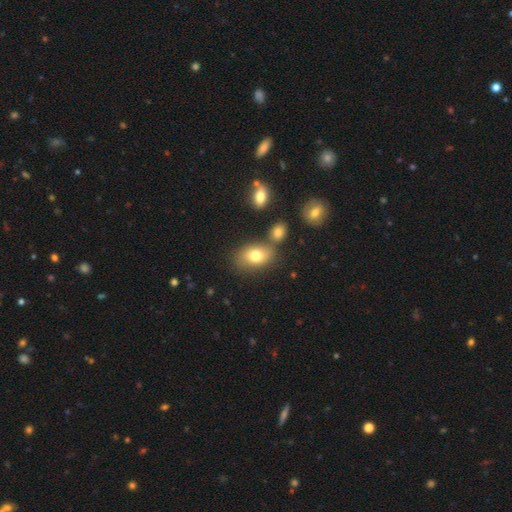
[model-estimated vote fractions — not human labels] A smooth galaxy with no disk features (75%) that is in between round and cigar-shaped (80%).

Vote fractions:
- Smooth or featured? smooth: 75% / featured or disk: 15% / star or artifact: 10%
- How rounded? in between: 80% / round: 19% / cigar-shaped: 1%
- Merging? none: 65% / merger: 17% / minor disturbance: 14% / major disturbance: 5%